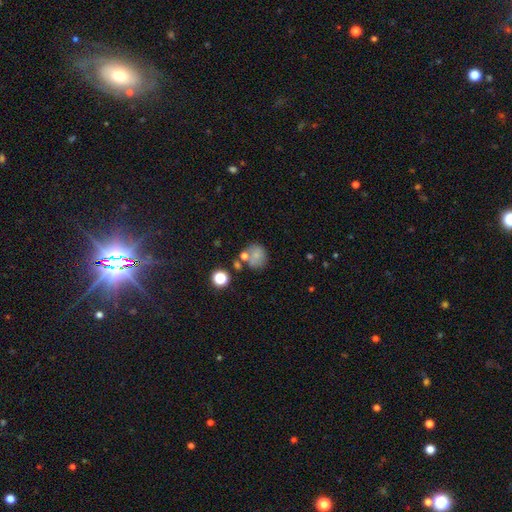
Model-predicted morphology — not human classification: Smooth or featured? smooth (70%)
How rounded? round (80%)
Merging? none (56%)